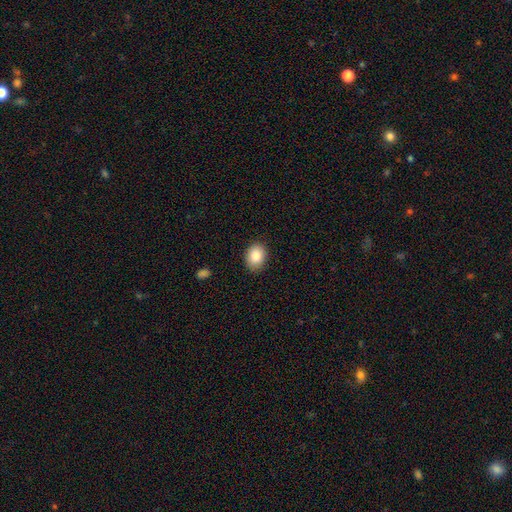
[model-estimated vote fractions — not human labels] smooth-or-featured: smooth: 87% | star or artifact: 8% | featured or disk: 6%
  how-rounded: in between: 64% | round: 35% | cigar-shaped: 1%
  merging: none: 87% | minor disturbance: 10% | major disturbance: 2% | merger: 1%